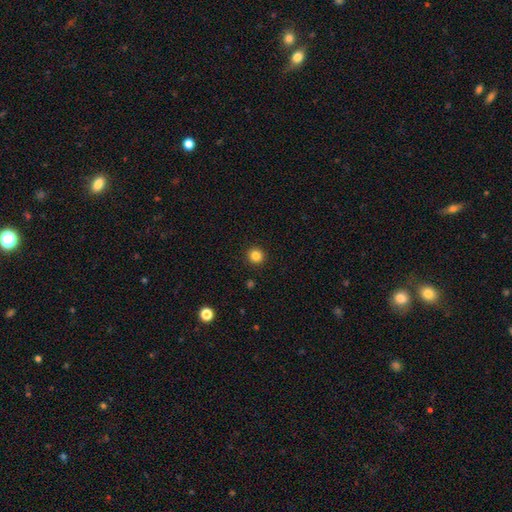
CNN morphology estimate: A smooth galaxy with no disk features (84%) that is round (93%).

Vote fractions:
- Smooth or featured? smooth: 84% / star or artifact: 12% / featured or disk: 4%
- How rounded? round: 93% / in between: 6% / cigar-shaped: 1%
- Merging? none: 93% / minor disturbance: 5% / major disturbance: 2% / merger: 1%